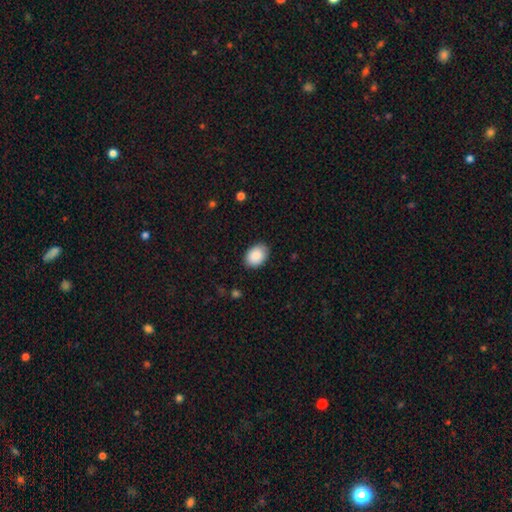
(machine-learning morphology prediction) This is clearly a smooth galaxy (90%). How rounded: likely in between (77%). Merging: clearly none (86%).